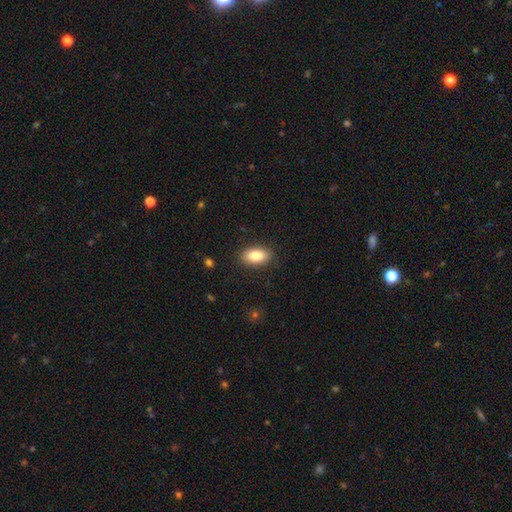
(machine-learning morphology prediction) The model was most divided on "smooth or featured": smooth: 84%, featured or disk: 9%, star or artifact: 7%. More confident: how rounded — in between (91%); merging — none (87%).